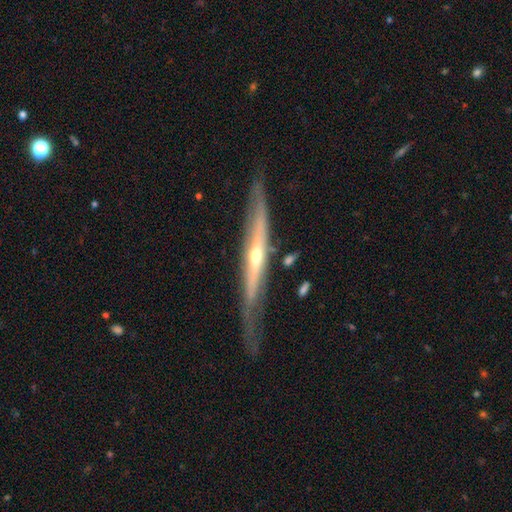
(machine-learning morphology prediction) A featured or disk galaxy (77%) viewed edge-on (90%) with a rounded central bulge (73%). Merging: none (71%).